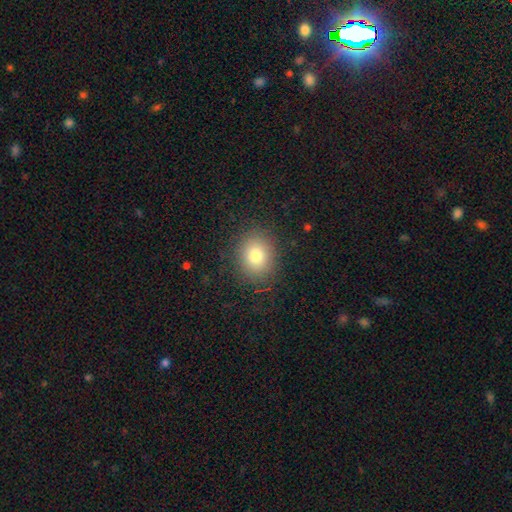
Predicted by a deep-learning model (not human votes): Overall: smooth (79%). How rounded: round (69%; in between 30%). Merging: none (87%).